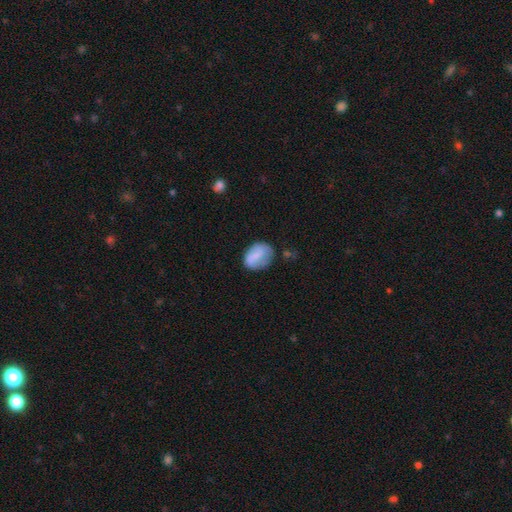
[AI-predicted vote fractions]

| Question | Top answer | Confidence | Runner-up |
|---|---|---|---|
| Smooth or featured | smooth | 70% | featured or disk (23%) |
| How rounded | in between | 67% | round (32%) |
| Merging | none | 58% | minor disturbance (27%) |